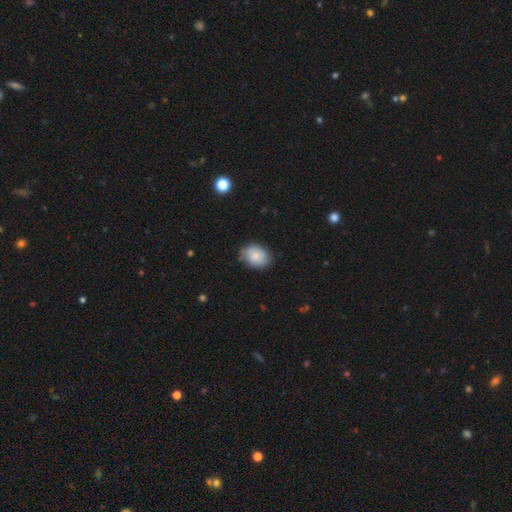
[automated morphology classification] smooth 79%, featured or disk 14%, star or artifact 7%. Down the decision tree: how rounded — in between (61%); merging — none (75%).